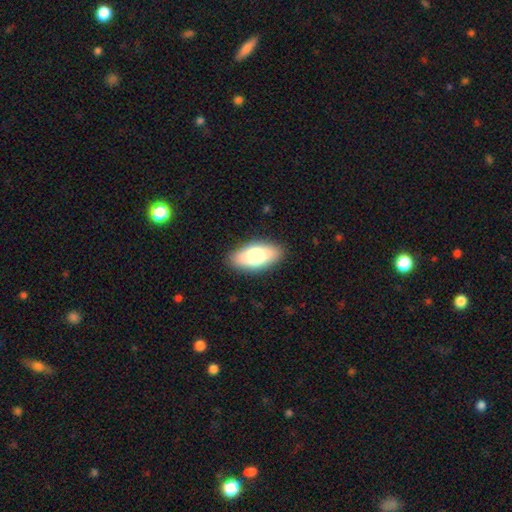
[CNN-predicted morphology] This is likely a smooth galaxy (75%). How rounded: clearly in between (88%). Merging: clearly none (88%).